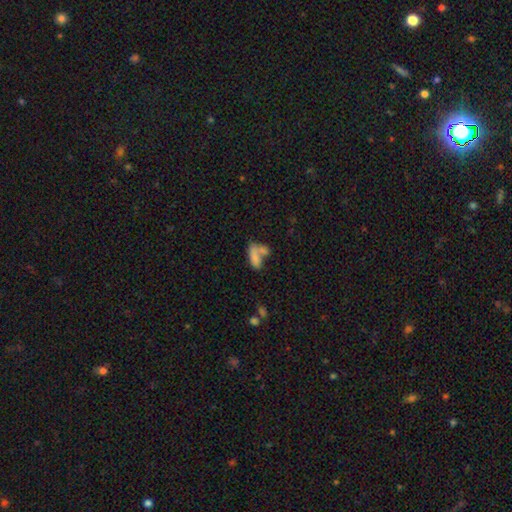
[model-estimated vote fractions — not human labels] Morphology: type=smooth (71%); roundness=in between (82%); merging=merger (56%).